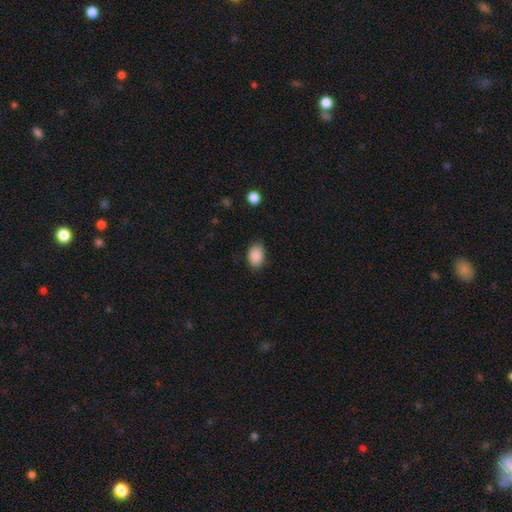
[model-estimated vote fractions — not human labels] A smooth galaxy with no disk features (89%) that is in between round and cigar-shaped (85%). Merging: none (81%).